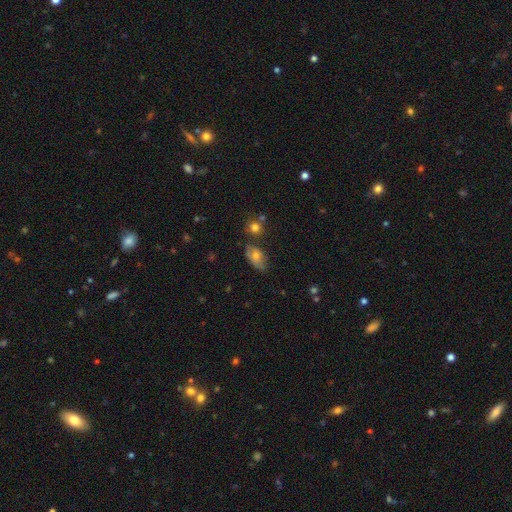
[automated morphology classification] Smooth or featured: smooth — 67% (featured or disk — 23%)
How rounded: in between — 86% (round — 11%)
Merging: none — 54% (minor disturbance — 30%)